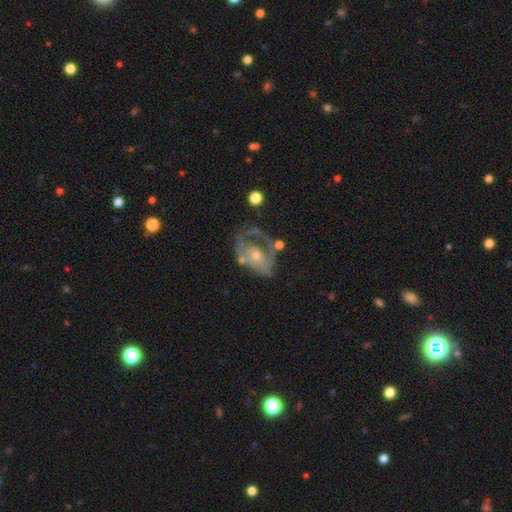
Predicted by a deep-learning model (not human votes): smooth-or-featured: featured or disk: 72% | smooth: 21% | star or artifact: 7%
  disk-edge-on: no: 97% | yes: 3%
    bar: no: 76% | weak: 20% | strong: 4%
    has-spiral-arms: yes: 58% | no: 42%
    bulge-size: small: 49% | moderate: 42% | none: 5% | large: 3% | dominant: 1%
  merging: major disturbance: 37% | none: 30% | minor disturbance: 22% | merger: 11%